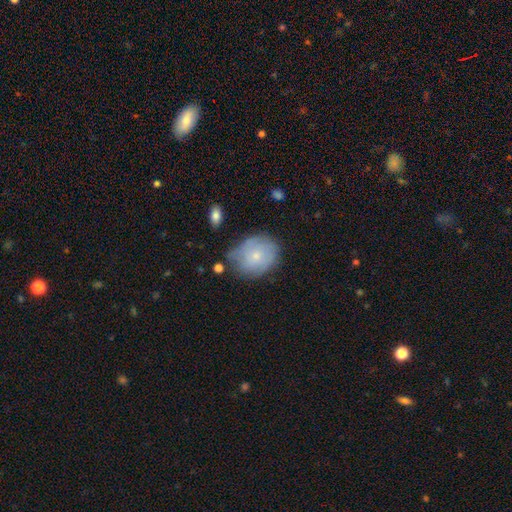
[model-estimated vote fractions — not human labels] This appears to be a smooth galaxy with no disk features (59%) that is round (54%). Merging: none (61%).